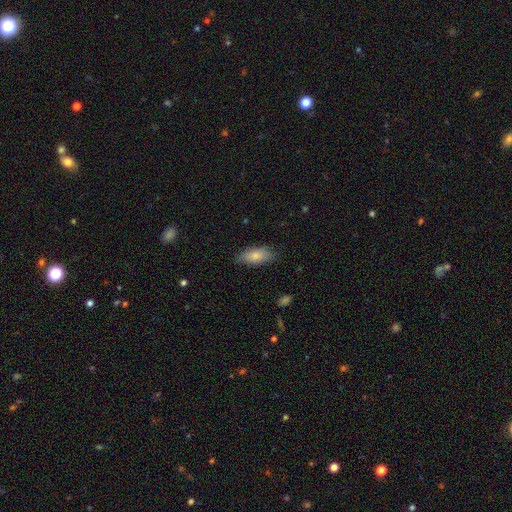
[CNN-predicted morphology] Smooth or featured: smooth — 82% (featured or disk — 12%)
How rounded: in between — 85% (cigar-shaped — 13%)
Merging: none — 80% (minor disturbance — 16%)